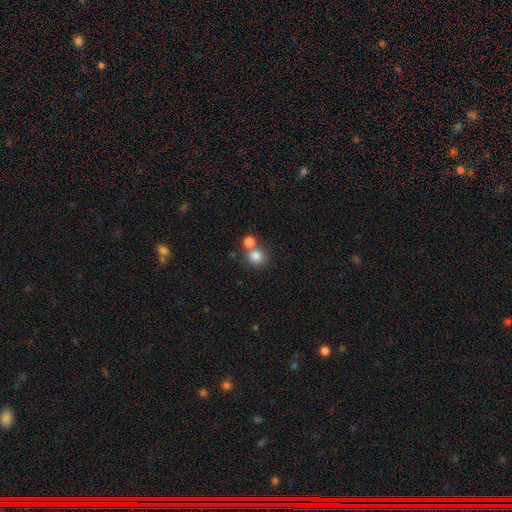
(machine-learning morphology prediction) This is clearly a smooth galaxy (82%). How rounded: clearly round (89%). Merging: possibly none (54%).